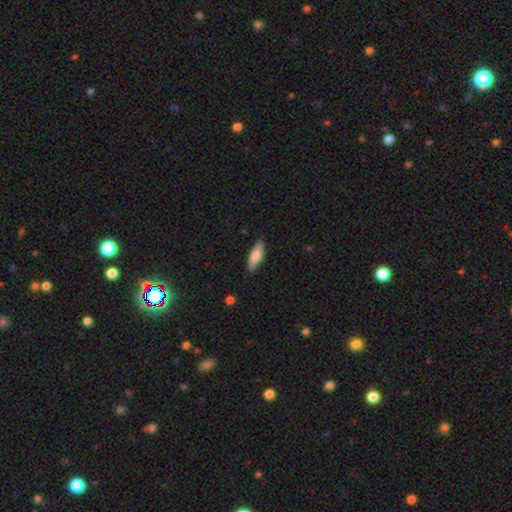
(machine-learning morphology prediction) This is clearly a smooth galaxy (80%). How rounded: likely in between (63%). Merging: clearly none (83%).